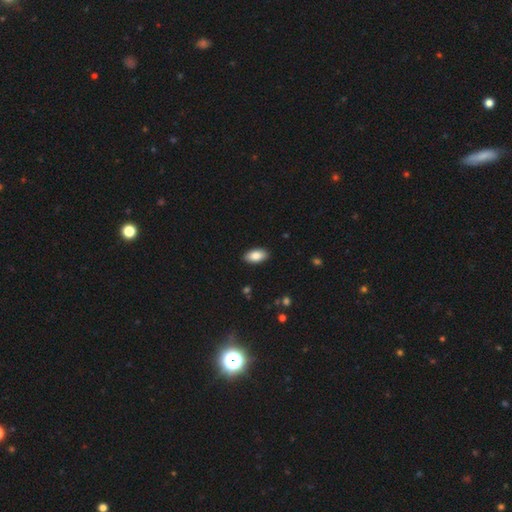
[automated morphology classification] Smooth or featured: smooth — 86% (featured or disk — 7%)
How rounded: in between — 94% (cigar-shaped — 3%)
Merging: none — 90% (minor disturbance — 7%)